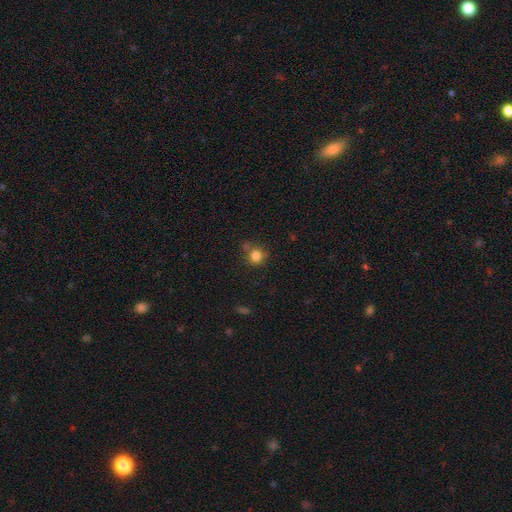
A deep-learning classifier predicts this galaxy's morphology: type=smooth (81%); roundness=round (86%); merging=none (66%).